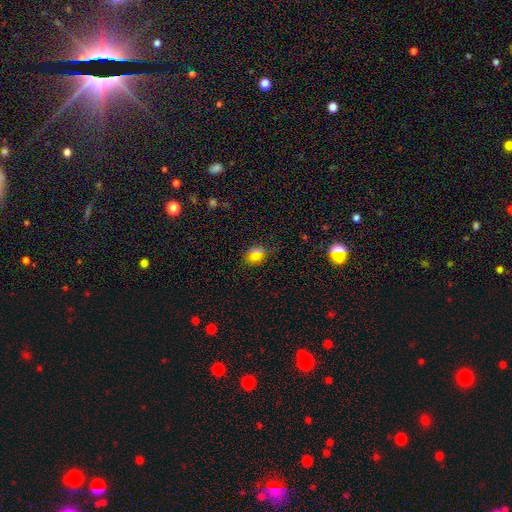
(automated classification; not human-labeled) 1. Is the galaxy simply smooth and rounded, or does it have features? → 64% smooth, 28% star or artifact, 8% featured or disk.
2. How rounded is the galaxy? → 52% in between, 44% round, 4% cigar-shaped.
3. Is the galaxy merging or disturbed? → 77% none, 13% minor disturbance, 5% merger, 5% major disturbance.